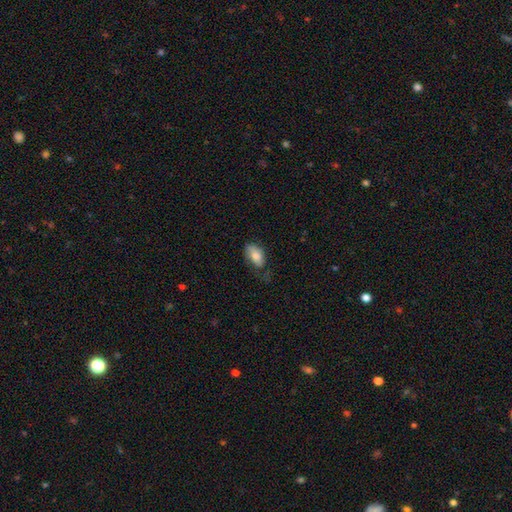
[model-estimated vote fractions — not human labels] smooth_or_featured: smooth (p=0.78) [alt: featured or disk p=0.15]
how_rounded: in between (p=0.92) [alt: round p=0.04]
merging: none (p=0.52) [alt: minor disturbance p=0.32]